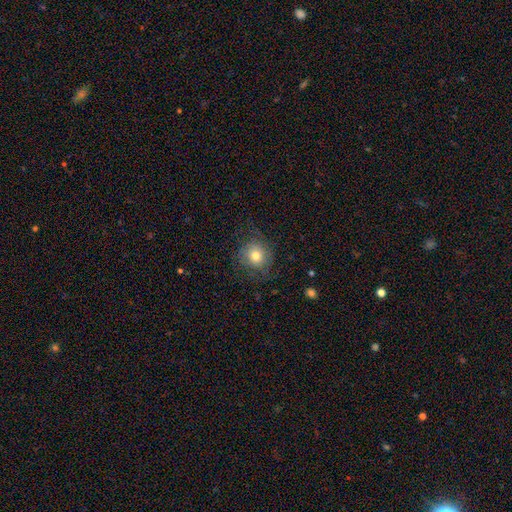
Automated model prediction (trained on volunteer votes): Smooth or featured: smooth — 70% (featured or disk — 20%)
How rounded: round — 89% (in between — 10%)
Merging: none — 71% (minor disturbance — 17%)